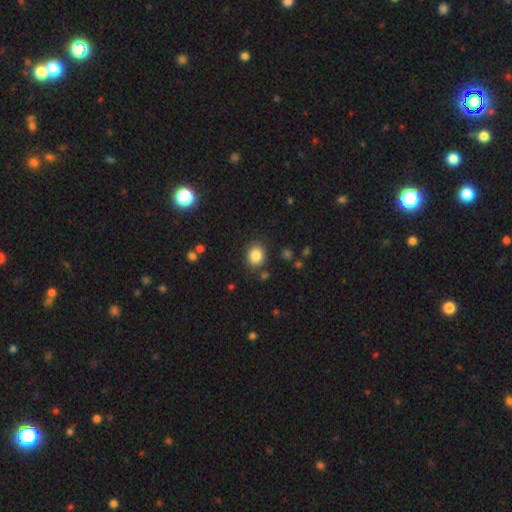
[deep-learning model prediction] Smooth or featured? Predicted: smooth (p=0.85). How rounded? Predicted: round (p=0.64). Merging? Predicted: none (p=0.85).